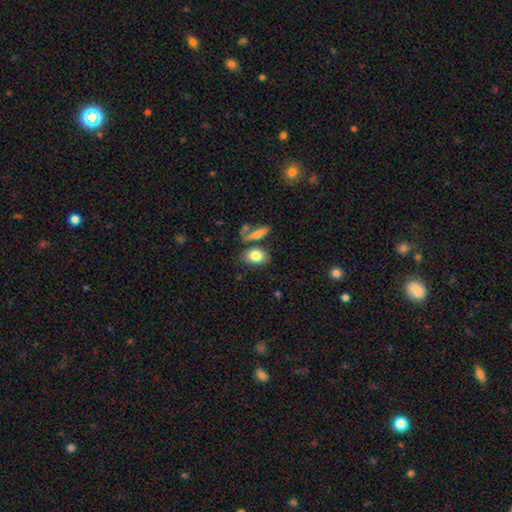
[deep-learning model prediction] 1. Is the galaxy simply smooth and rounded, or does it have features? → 81% smooth, 12% featured or disk, 7% star or artifact.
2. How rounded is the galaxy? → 81% in between, 16% round, 3% cigar-shaped.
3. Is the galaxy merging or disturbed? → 61% none, 19% merger, 15% minor disturbance, 6% major disturbance.